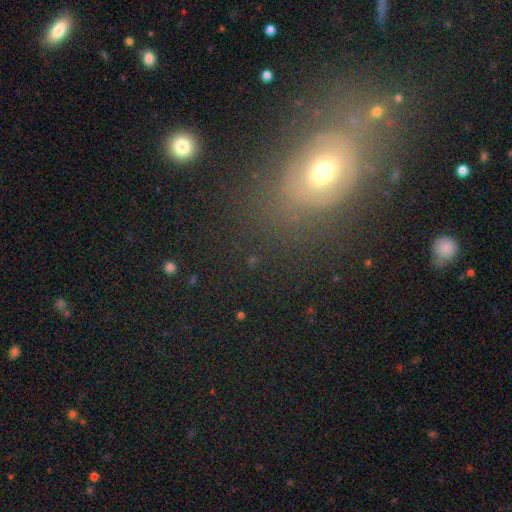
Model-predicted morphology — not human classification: A smooth galaxy with no disk features (46%).

Vote fractions:
- Smooth or featured? smooth: 46% / featured or disk: 30% / star or artifact: 24%
- Merging? none: 69% / minor disturbance: 15% / major disturbance: 10% / merger: 5%